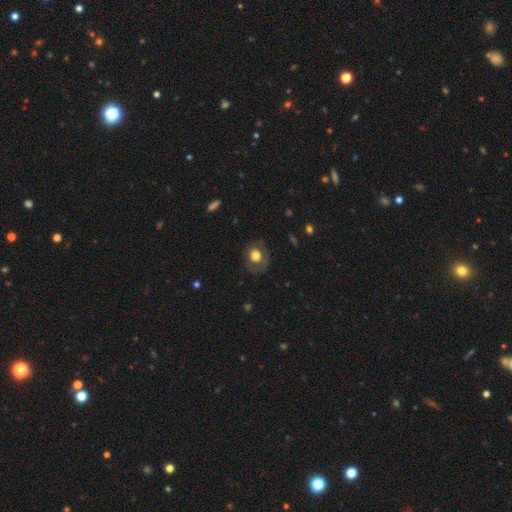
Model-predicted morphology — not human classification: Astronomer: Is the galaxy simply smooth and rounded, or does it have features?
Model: smooth — 62%.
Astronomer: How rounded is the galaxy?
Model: round — 68%.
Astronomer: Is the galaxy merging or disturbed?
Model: none — 73%.